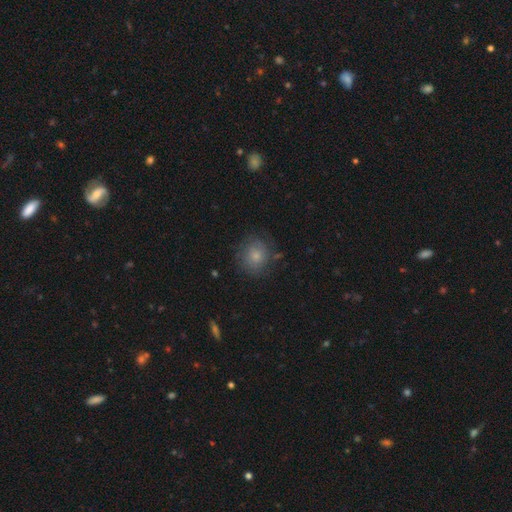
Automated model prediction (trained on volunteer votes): Smooth or featured? Predicted: smooth (p=0.74). How rounded? Predicted: round (p=0.81). Merging? Predicted: none (p=0.74).